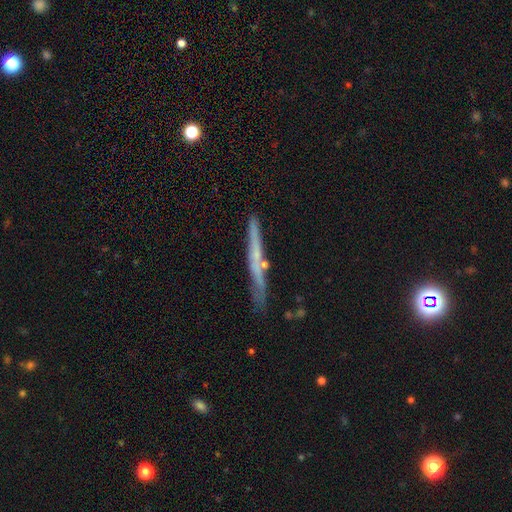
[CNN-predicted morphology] smooth-or-featured: featured or disk: 53% | smooth: 38% | star or artifact: 9%
  disk-edge-on: yes: 92% | no: 8%
  merging: none: 77% | minor disturbance: 15% | merger: 4% | major disturbance: 4%